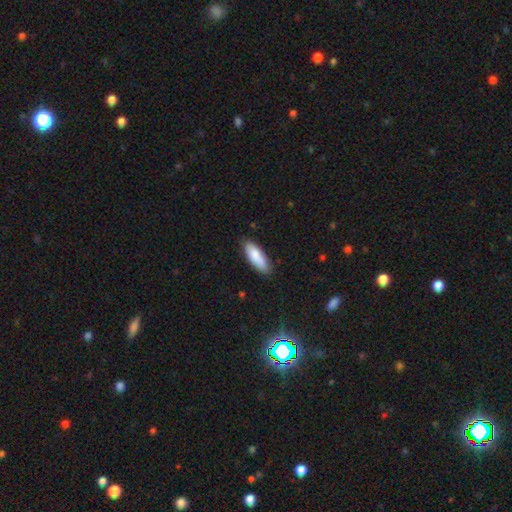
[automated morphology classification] Smooth or featured? smooth (84%)
How rounded? in between (58%)
Merging? none (83%)